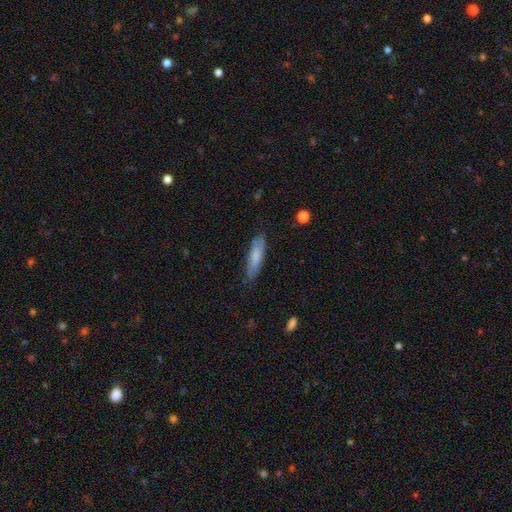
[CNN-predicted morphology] Smooth or featured?
  - smooth: 71% *
  - featured or disk: 23%
  - star or artifact: 6%
How rounded?
  - cigar-shaped: 60% *
  - in between: 38%
  - round: 2%
Merging?
  - none: 76% *
  - minor disturbance: 19%
  - major disturbance: 4%
  - merger: 1%